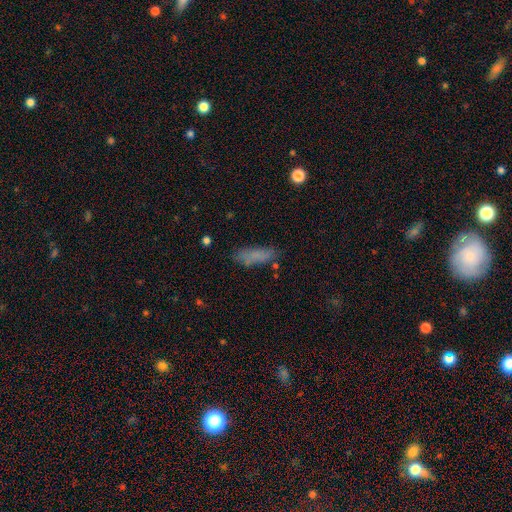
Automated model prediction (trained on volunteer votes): A smooth galaxy with no disk features (74%) that is in between round and cigar-shaped (49%).

Vote fractions:
- Smooth or featured? smooth: 74% / featured or disk: 15% / star or artifact: 11%
- How rounded? in between: 49% / cigar-shaped: 48% / round: 2%
- Merging? none: 68% / minor disturbance: 20% / major disturbance: 7% / merger: 4%